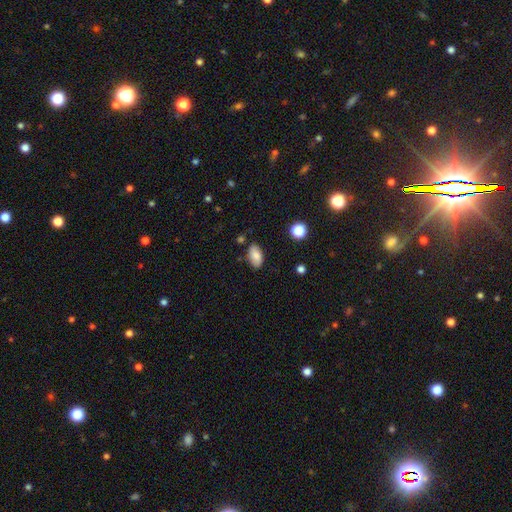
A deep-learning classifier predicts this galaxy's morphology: This is clearly a smooth galaxy (82%). How rounded: clearly in between (93%). Merging: clearly none (80%).